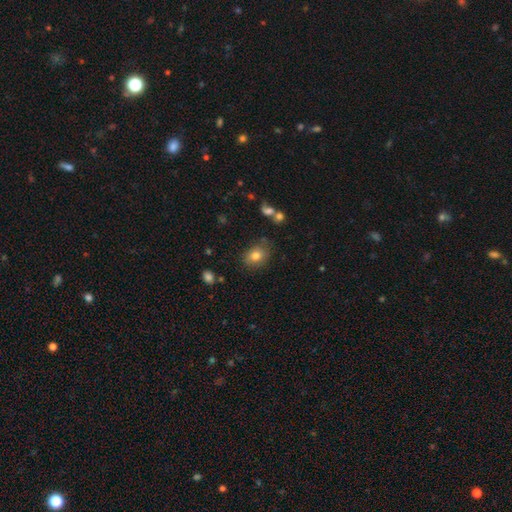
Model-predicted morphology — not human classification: smooth-or-featured: smooth: 80% | star or artifact: 10% | featured or disk: 10%
  how-rounded: in between: 56% | round: 43% | cigar-shaped: 1%
  merging: none: 78% | minor disturbance: 15% | major disturbance: 4% | merger: 4%